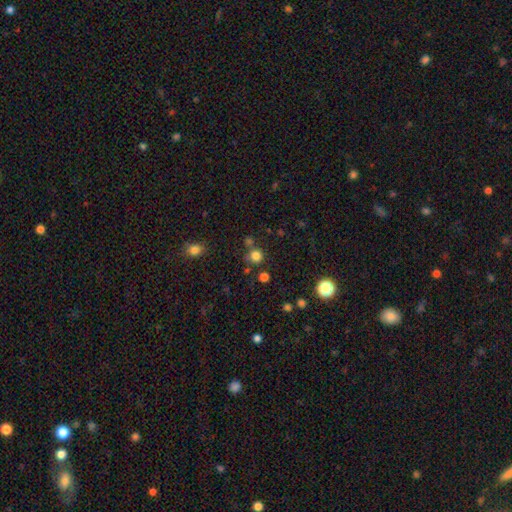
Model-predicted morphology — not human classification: smooth-or-featured: smooth: 79% | star or artifact: 15% | featured or disk: 5%
  how-rounded: round: 90% | in between: 9% | cigar-shaped: 1%
  merging: none: 72% | merger: 14% | minor disturbance: 10% | major disturbance: 4%